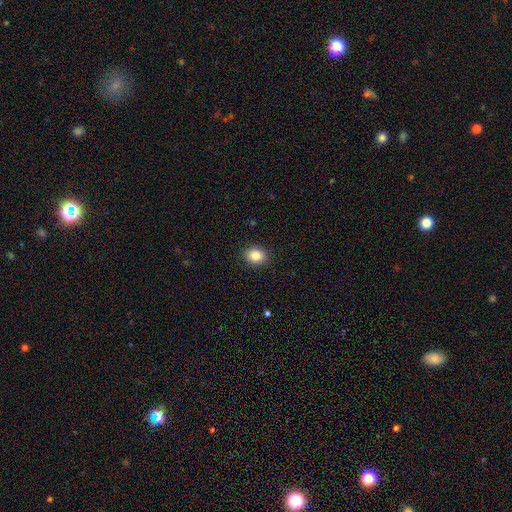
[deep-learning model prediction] Smooth or featured? smooth (86%)
How rounded? round (54%)
Merging? none (90%)